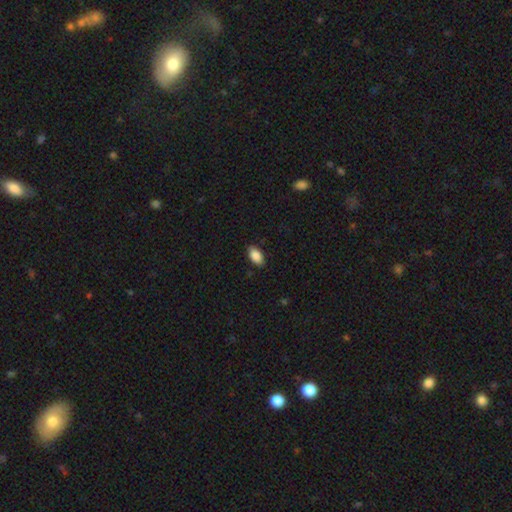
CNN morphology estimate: The model was most divided on "merging": none: 87%, minor disturbance: 10%, major disturbance: 2%, merger: 1%. More confident: how rounded — in between (93%); smooth or featured — smooth (88%).